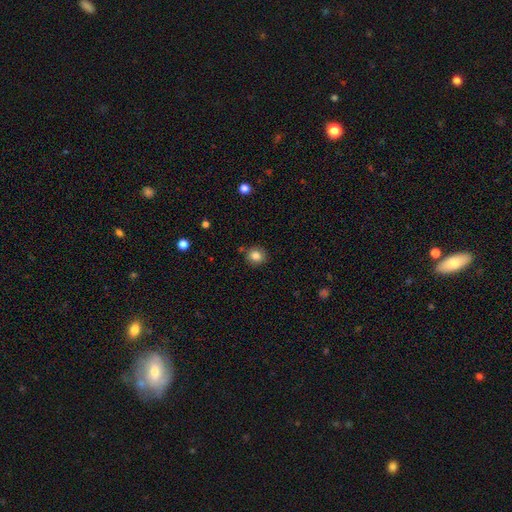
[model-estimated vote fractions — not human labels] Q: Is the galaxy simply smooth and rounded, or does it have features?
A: smooth — 82%.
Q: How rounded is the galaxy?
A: round — 84%.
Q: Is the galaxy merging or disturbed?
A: none — 86%.